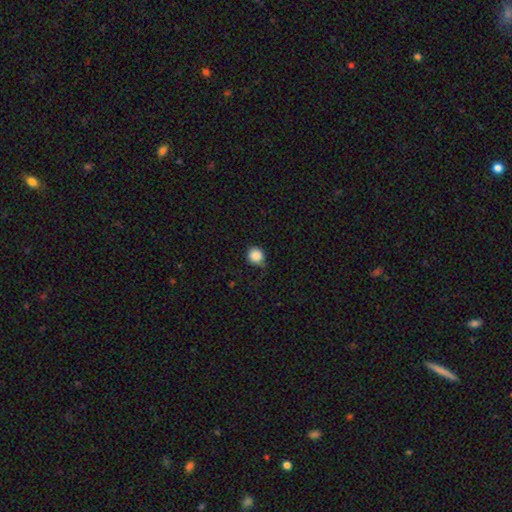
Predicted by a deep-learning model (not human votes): This is clearly a smooth galaxy (87%). How rounded: clearly round (89%). Merging: likely none (66%).